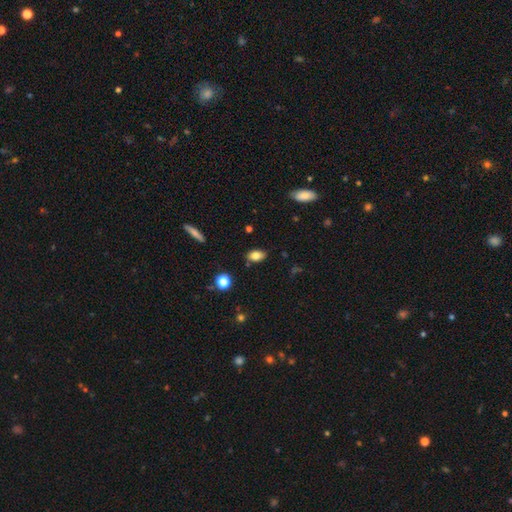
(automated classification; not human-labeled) A smooth galaxy with no disk features (81%) that is in between round and cigar-shaped (88%). Merging: none (82%).